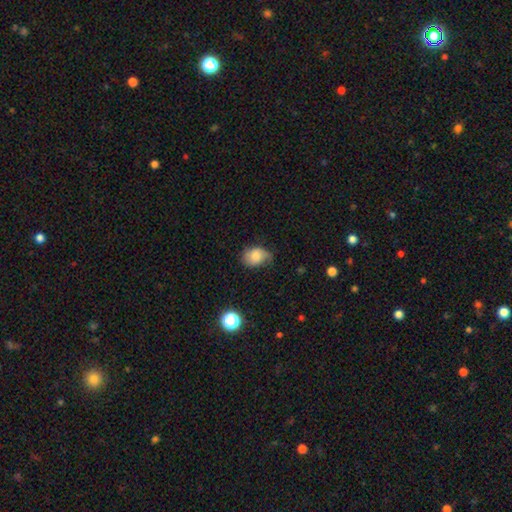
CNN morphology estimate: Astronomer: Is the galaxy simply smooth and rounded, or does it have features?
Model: smooth — 75%.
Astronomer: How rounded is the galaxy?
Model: in between — 65%.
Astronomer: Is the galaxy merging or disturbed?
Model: none — 53% (runner-up: minor disturbance, 35%).